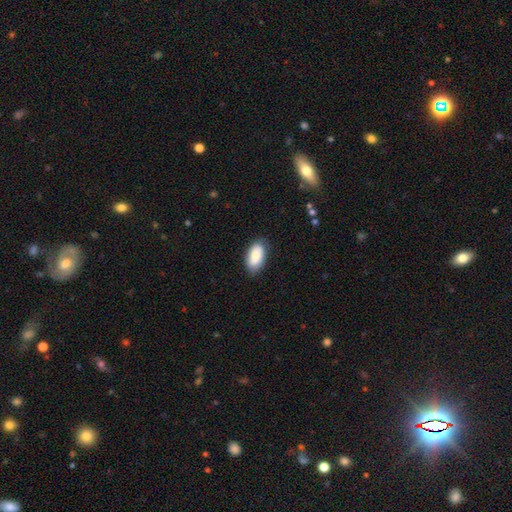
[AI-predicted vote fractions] A smooth galaxy with no disk features (83%) that is in between round and cigar-shaped (94%).

Vote fractions:
- Smooth or featured? smooth: 83% / featured or disk: 11% / star or artifact: 6%
- How rounded? in between: 94% / cigar-shaped: 3% / round: 3%
- Merging? none: 80% / minor disturbance: 16% / major disturbance: 3% / merger: 1%